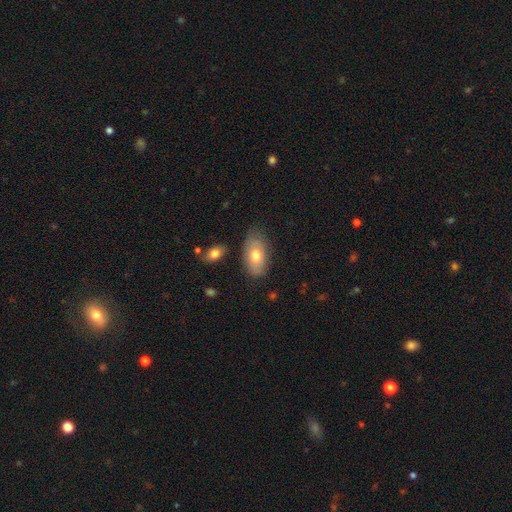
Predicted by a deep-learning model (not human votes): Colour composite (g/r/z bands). It shows a smooth galaxy with no disk features (73%) that is in between round and cigar-shaped (93%). Merging: none (75%).